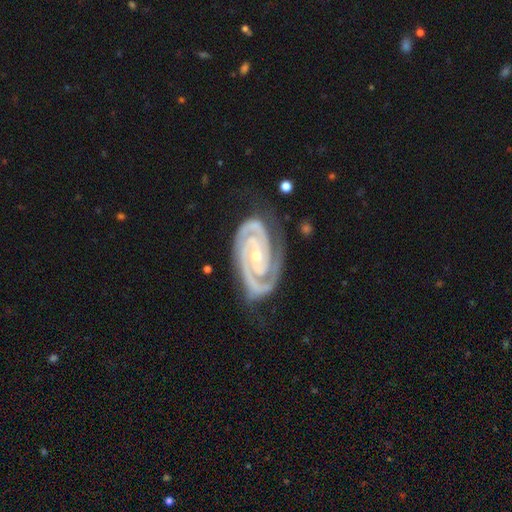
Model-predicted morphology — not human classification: A featured or disk galaxy (94%) with no bar (60%), 2 (87%) tight (79%) spiral arms (99%) and a small central bulge (64%). Merging: none (77%).